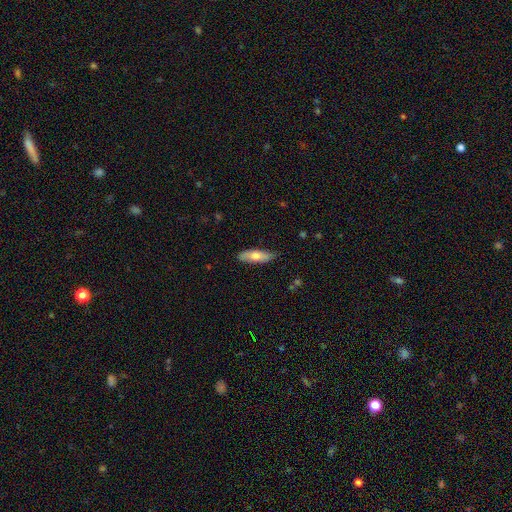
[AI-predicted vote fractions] A smooth galaxy with no disk features (69%) that is in between round and cigar-shaped (54%).

Vote fractions:
- Smooth or featured? smooth: 69% / featured or disk: 26% / star or artifact: 6%
- How rounded? in between: 54% / cigar-shaped: 44% / round: 2%
- Merging? none: 81% / minor disturbance: 16% / major disturbance: 2% / merger: 1%